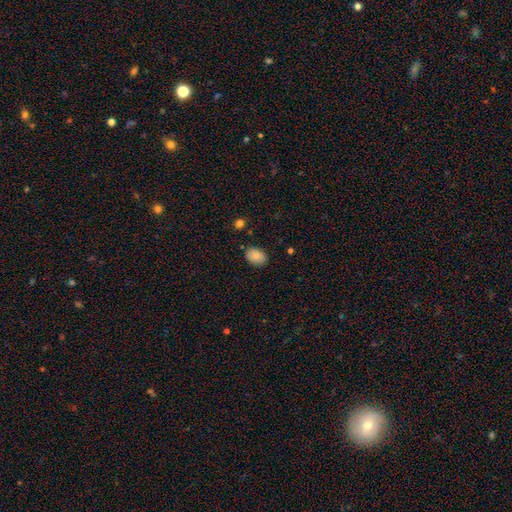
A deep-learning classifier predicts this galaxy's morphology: Smooth or featured?
  - smooth: 85% *
  - star or artifact: 8%
  - featured or disk: 7%
How rounded?
  - in between: 82% *
  - round: 17%
  - cigar-shaped: 1%
Merging?
  - none: 84% *
  - minor disturbance: 12%
  - major disturbance: 2%
  - merger: 2%